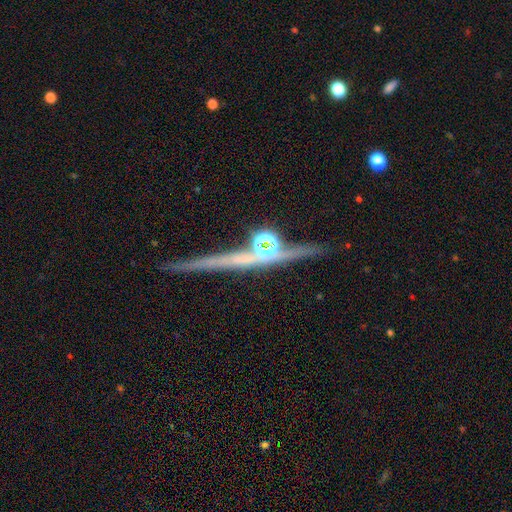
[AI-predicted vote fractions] Smooth or featured? Predicted: featured or disk (p=0.70). Edge-on disk? Predicted: yes (p=0.95). Edge-on bulge? Predicted: rounded (p=0.54). Merging? Predicted: none (p=0.76).